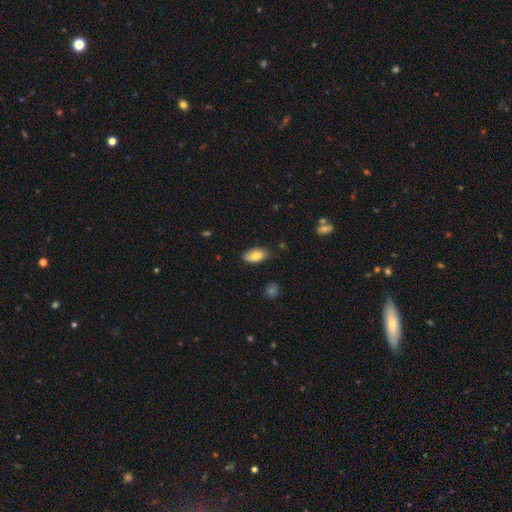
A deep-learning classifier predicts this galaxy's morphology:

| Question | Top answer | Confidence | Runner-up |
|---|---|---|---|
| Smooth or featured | smooth | 77% | featured or disk (16%) |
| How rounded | in between | 93% | round (4%) |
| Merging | none | 77% | minor disturbance (19%) |